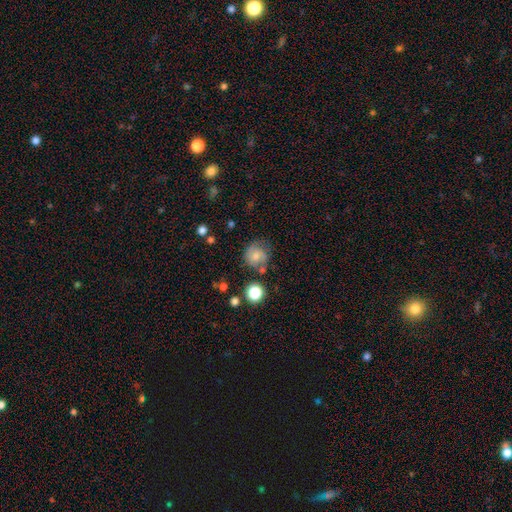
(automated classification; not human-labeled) Smooth or featured?
  - smooth: 52% *
  - featured or disk: 37%
  - star or artifact: 11%
How rounded?
  - round: 83% *
  - in between: 16%
  - cigar-shaped: 1%
Merging?
  - none: 58% *
  - minor disturbance: 22%
  - major disturbance: 11%
  - merger: 9%